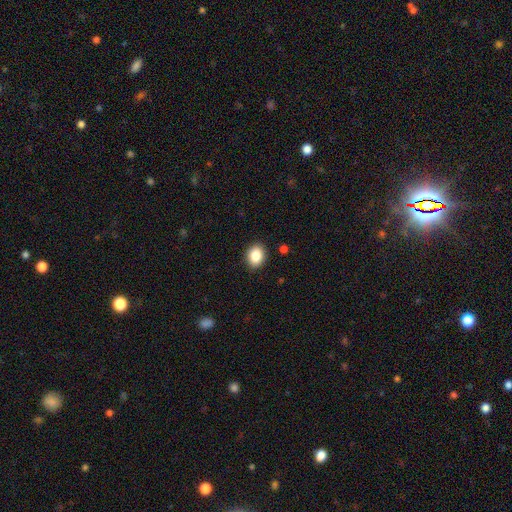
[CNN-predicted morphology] Smooth or featured: smooth — 86% (star or artifact — 8%)
How rounded: in between — 63% (round — 36%)
Merging: none — 89% (minor disturbance — 8%)